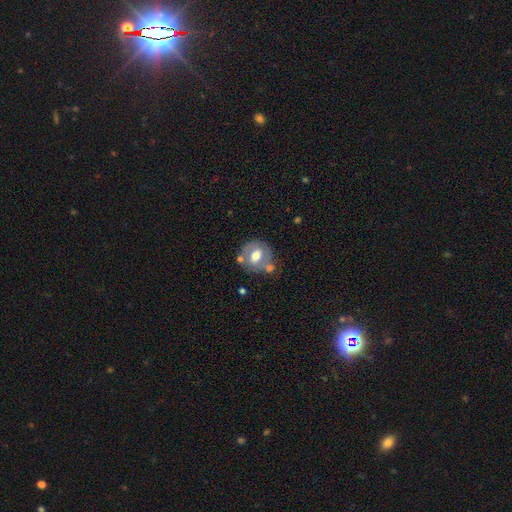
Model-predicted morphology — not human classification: Smooth or featured? Predicted: smooth (p=0.51). How rounded? Predicted: round (p=0.69). Merging? Predicted: none (p=0.55).